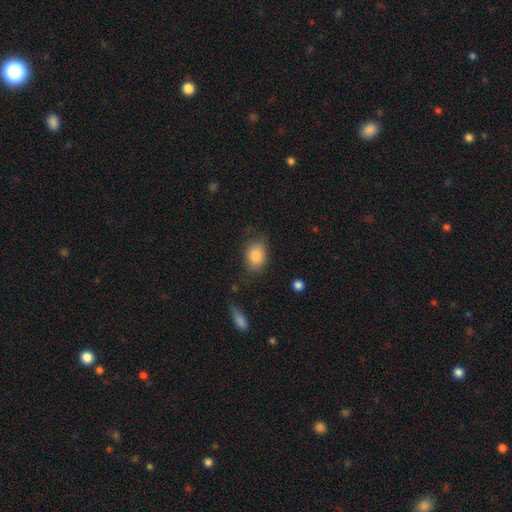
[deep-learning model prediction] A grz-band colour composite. It shows a smooth galaxy with no disk features (86%) that is in between round and cigar-shaped (79%). Merging: none (69%).